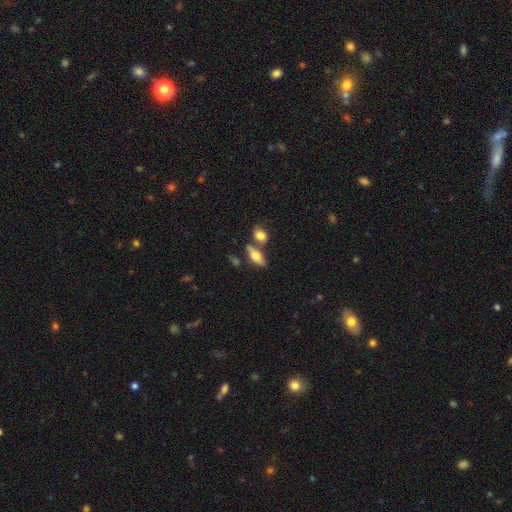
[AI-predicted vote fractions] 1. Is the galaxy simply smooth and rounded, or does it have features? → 57% smooth, 35% featured or disk, 8% star or artifact.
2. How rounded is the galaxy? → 69% in between, 26% cigar-shaped, 5% round.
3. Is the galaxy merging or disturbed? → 58% none, 24% merger, 13% minor disturbance, 5% major disturbance.